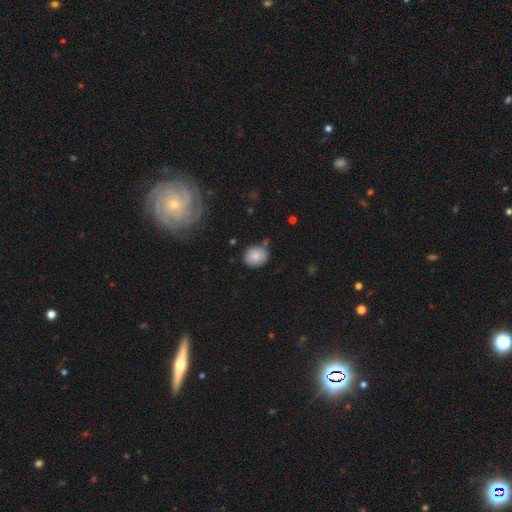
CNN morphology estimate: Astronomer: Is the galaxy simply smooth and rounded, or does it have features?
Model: smooth — 85%.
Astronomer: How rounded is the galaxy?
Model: round — 66%.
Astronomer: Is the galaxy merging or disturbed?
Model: none — 75%.